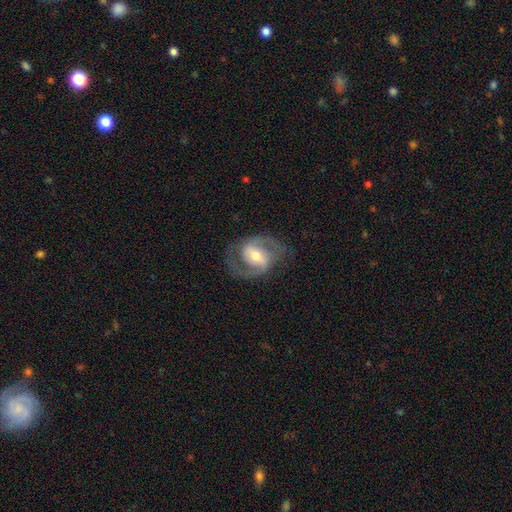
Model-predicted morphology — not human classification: This appears to be a featured or disk galaxy (84%) with a weak bar (44%), 2 (90%) medium (57%) spiral arms (94%) and a moderate central bulge (66%). Merging: none (75%).